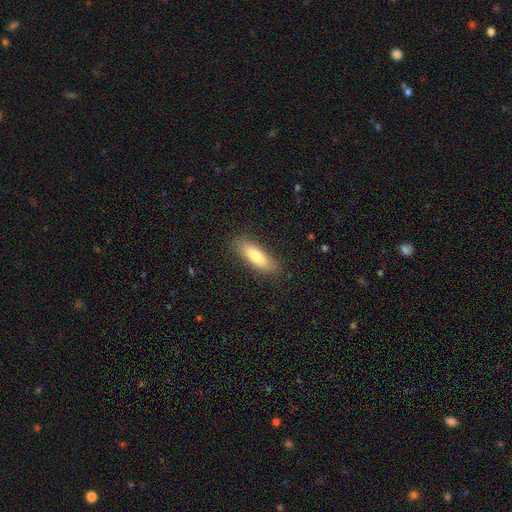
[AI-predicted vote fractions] Smooth or featured: smooth — 76% (featured or disk — 17%)
How rounded: in between — 51% (cigar-shaped — 47%)
Merging: none — 87% (minor disturbance — 10%)